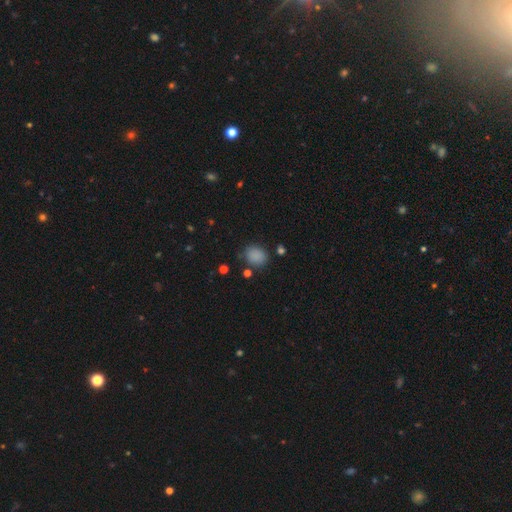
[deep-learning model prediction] smooth-or-featured: smooth: 85% | star or artifact: 12% | featured or disk: 4%
  how-rounded: round: 61% | in between: 38% | cigar-shaped: 1%
  merging: none: 79% | minor disturbance: 14% | major disturbance: 4% | merger: 3%